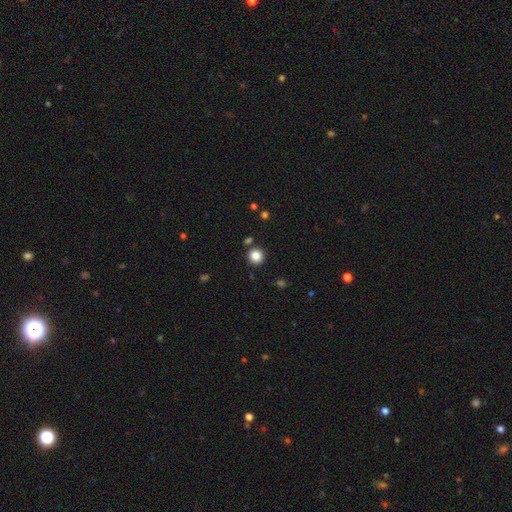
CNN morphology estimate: Smooth or featured: smooth — 86% (star or artifact — 11%)
How rounded: round — 94% (in between — 5%)
Merging: none — 87% (minor disturbance — 6%)